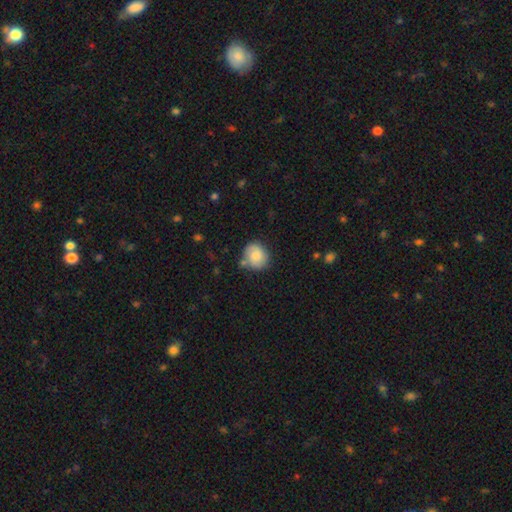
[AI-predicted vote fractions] Q: Smooth or featured?
A: smooth (72%); runner-up: featured or disk (20%)
Q: How rounded?
A: round (78%); runner-up: in between (21%)
Q: Merging?
A: none (67%); runner-up: minor disturbance (20%)